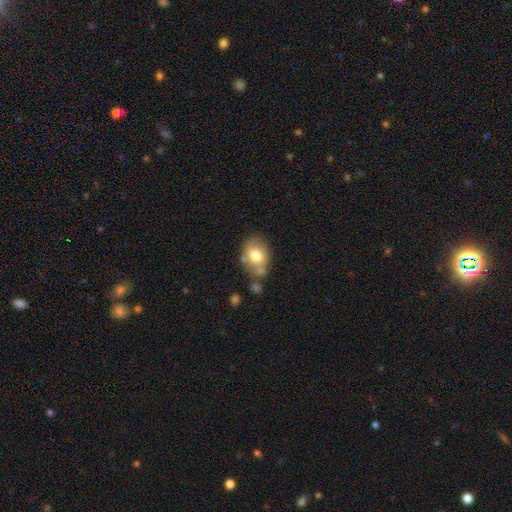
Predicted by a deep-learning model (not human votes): Smooth or featured? smooth (69%)
How rounded? in between (73%)
Merging? none (57%)